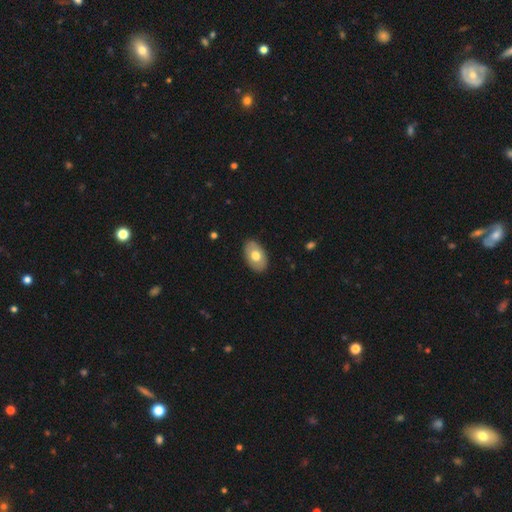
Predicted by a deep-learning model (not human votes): smooth_or_featured: smooth (p=0.68) [alt: featured or disk p=0.27]
how_rounded: in between (p=0.91) [alt: round p=0.07]
merging: none (p=0.87) [alt: minor disturbance p=0.10]